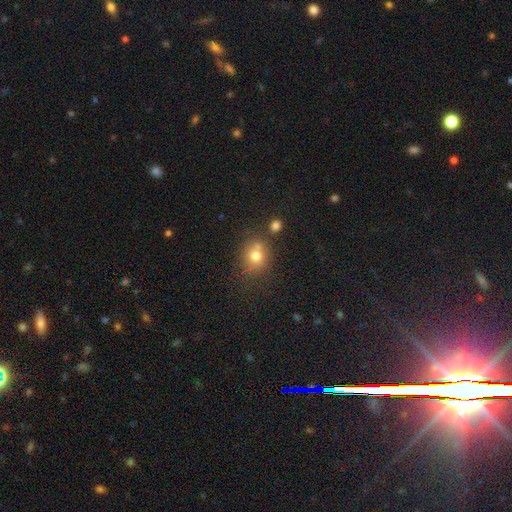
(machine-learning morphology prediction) smooth-or-featured: smooth: 73% | star or artifact: 13% | featured or disk: 13%
  how-rounded: round: 75% | in between: 24% | cigar-shaped: 1%
  merging: none: 59% | merger: 23% | minor disturbance: 13% | major disturbance: 5%